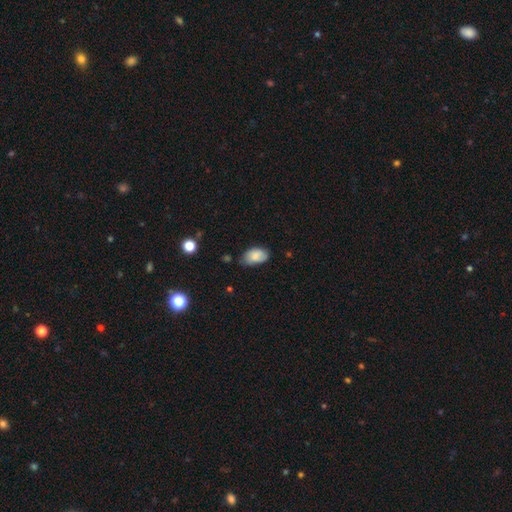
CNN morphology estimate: This is clearly a smooth galaxy (81%). How rounded: clearly in between (92%). Merging: possibly none (58%).